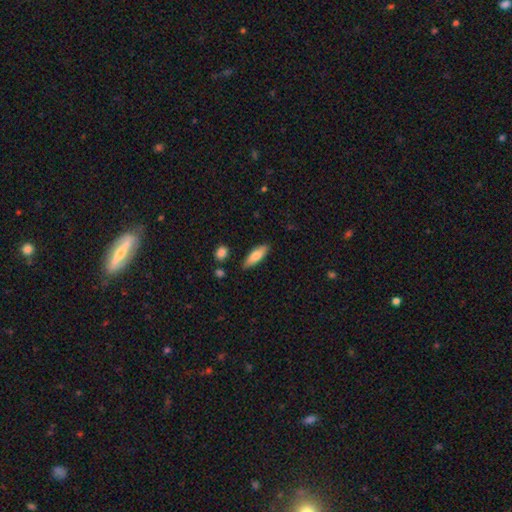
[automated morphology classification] A smooth galaxy with no disk features (76%) that is in between round and cigar-shaped (51%). Merging: none (85%).